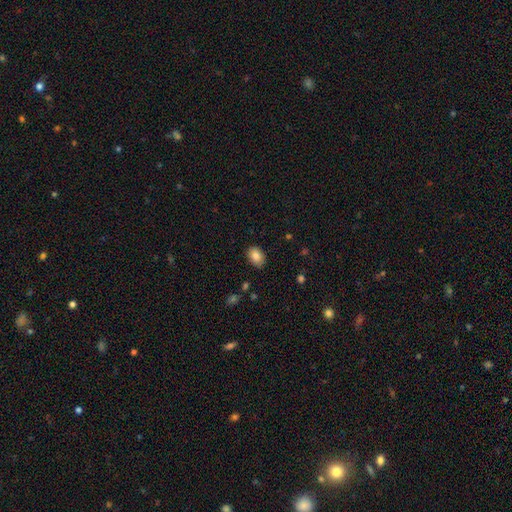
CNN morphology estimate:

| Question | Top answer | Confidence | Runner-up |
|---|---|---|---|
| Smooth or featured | smooth | 84% | star or artifact (8%) |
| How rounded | in between | 79% | round (20%) |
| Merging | none | 85% | minor disturbance (12%) |